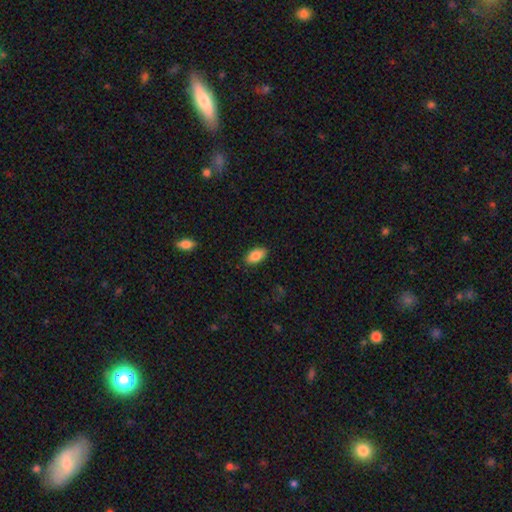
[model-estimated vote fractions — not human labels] smooth 85%, featured or disk 8%, star or artifact 7%. Down the decision tree: how rounded — in between (93%); merging — none (87%).